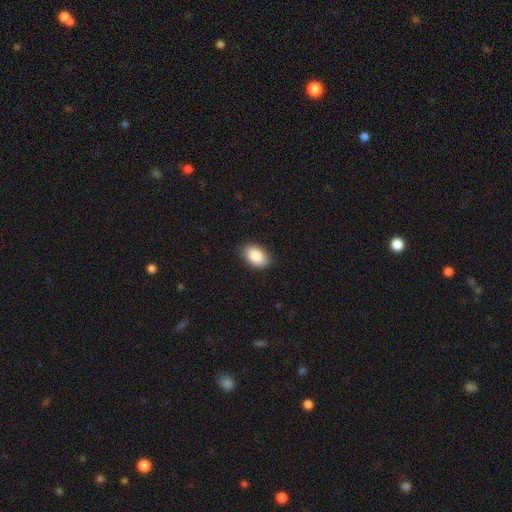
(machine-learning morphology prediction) smooth_or_featured: smooth (p=0.87) [alt: star or artifact p=0.07]
how_rounded: in between (p=0.88) [alt: round p=0.11]
merging: none (p=0.86) [alt: minor disturbance p=0.11]